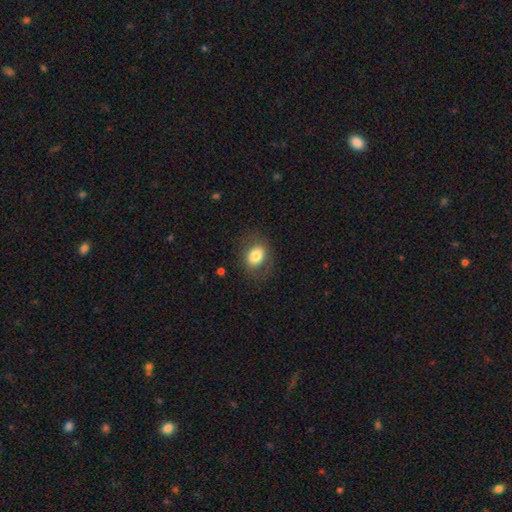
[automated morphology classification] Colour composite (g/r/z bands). It shows a smooth galaxy with no disk features (79%) that is in between round and cigar-shaped (62%). Merging: none (77%).